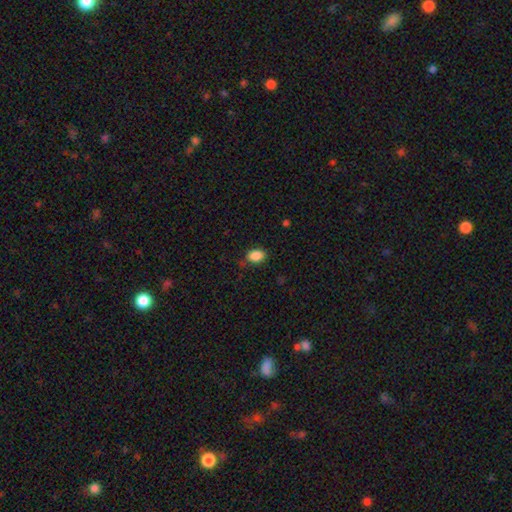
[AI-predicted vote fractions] Q: Smooth or featured?
A: smooth (88%); runner-up: star or artifact (9%)
Q: How rounded?
A: in between (80%); runner-up: round (19%)
Q: Merging?
A: none (76%); runner-up: minor disturbance (19%)